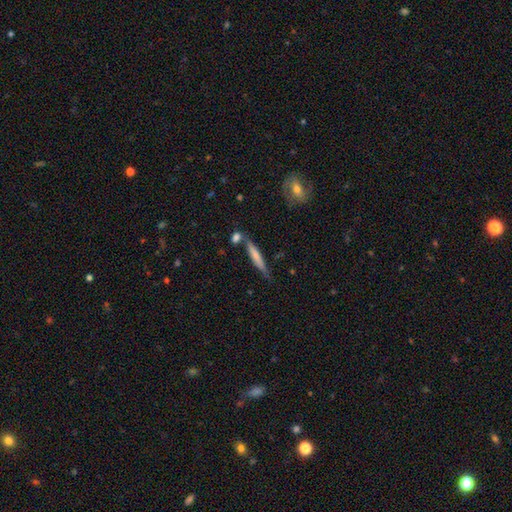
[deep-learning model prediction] This is likely a smooth galaxy (61%). How rounded: clearly cigar-shaped (92%). Merging: likely none (69%).